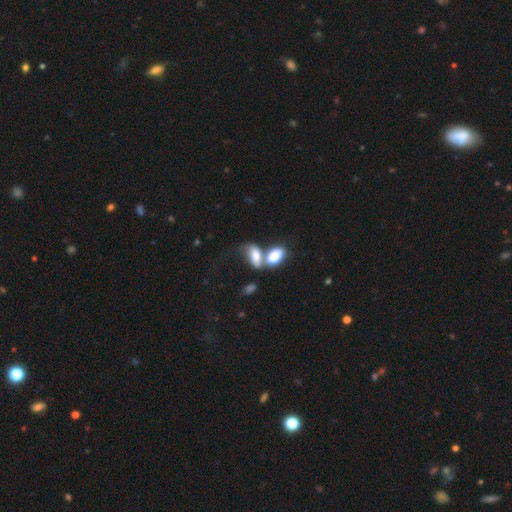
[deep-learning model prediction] Smooth or featured: smooth — 71% (featured or disk — 21%)
How rounded: in between — 89% (round — 6%)
Merging: merger — 70% (none — 14%)